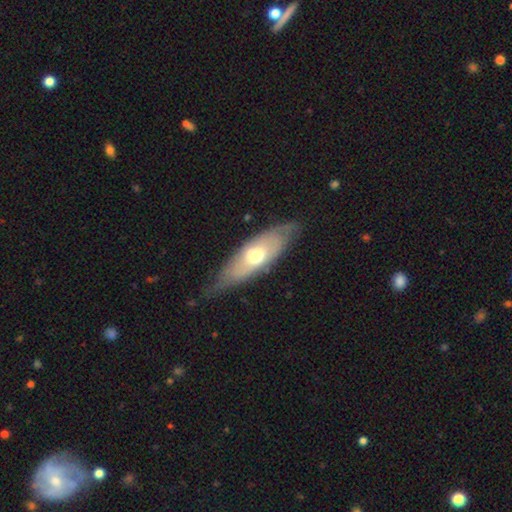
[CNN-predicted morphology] type=featured or disk (48%); merging=none (68%).